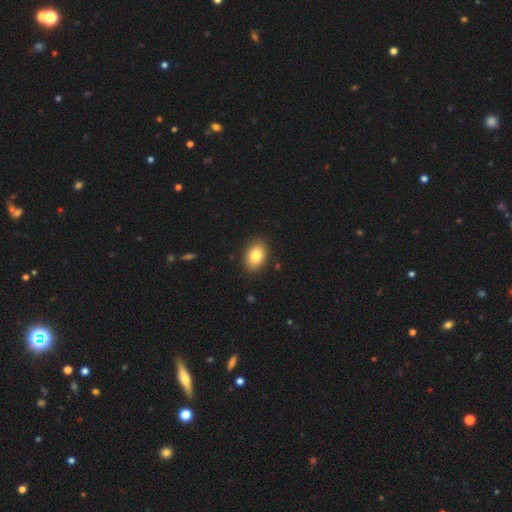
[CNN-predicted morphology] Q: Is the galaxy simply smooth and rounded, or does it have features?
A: smooth — 83%.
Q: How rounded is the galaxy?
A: in between — 82%.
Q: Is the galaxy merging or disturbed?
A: none — 89%.